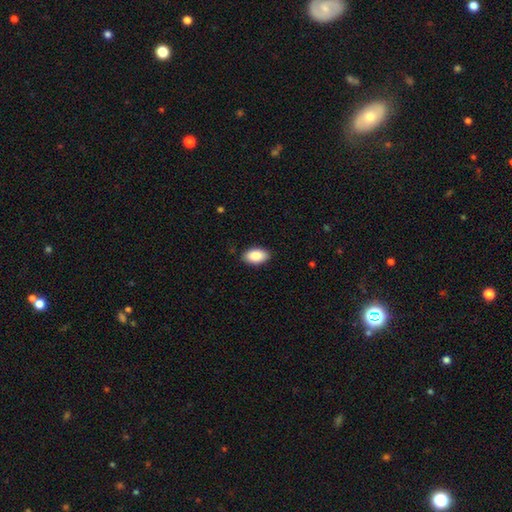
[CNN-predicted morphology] This appears to be a smooth galaxy with no disk features (89%) that is in between round and cigar-shaped (94%). Merging: none (88%).